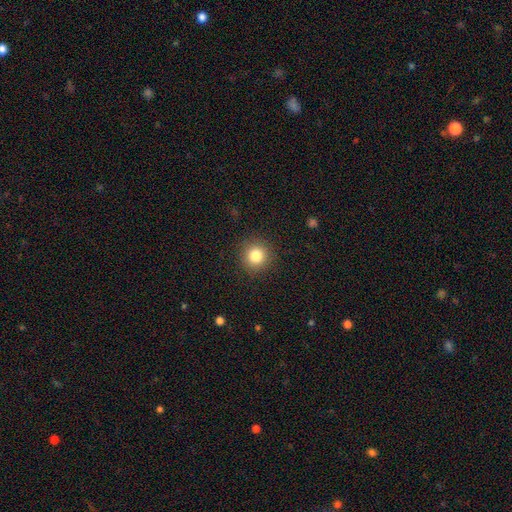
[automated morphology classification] Smooth or featured? smooth (82%)
How rounded? round (93%)
Merging? none (90%)